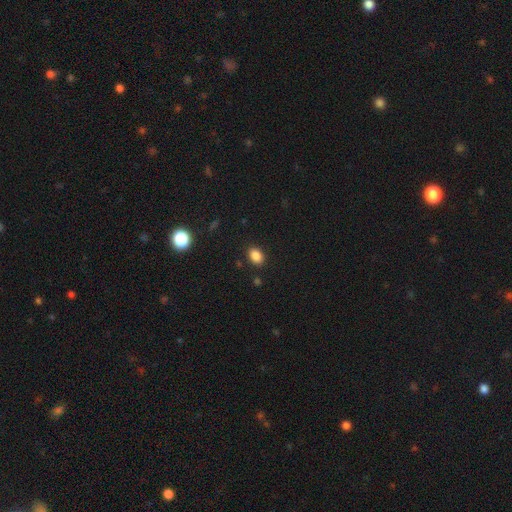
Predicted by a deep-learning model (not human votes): A smooth galaxy with no disk features (86%) that is in between round and cigar-shaped (76%).

Vote fractions:
- Smooth or featured? smooth: 86% / star or artifact: 10% / featured or disk: 4%
- How rounded? in between: 76% / round: 23% / cigar-shaped: 1%
- Merging? none: 88% / minor disturbance: 8% / major disturbance: 2% / merger: 2%